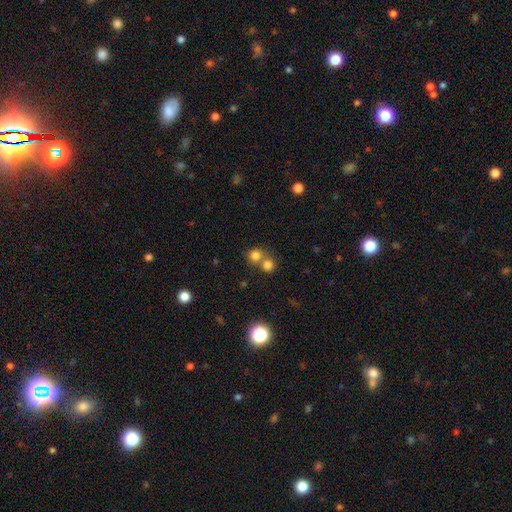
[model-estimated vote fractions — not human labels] Smooth or featured? smooth (77%)
How rounded? round (88%)
Merging? none (47%)